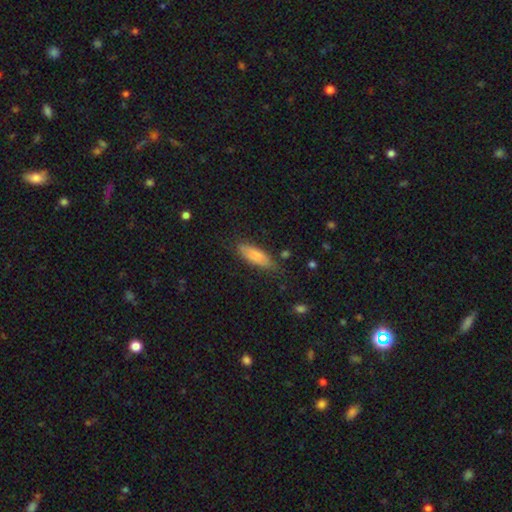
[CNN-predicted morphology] The model was most divided on "how rounded": in between: 61%, cigar-shaped: 37%, round: 2%. More confident: smooth or featured — smooth (80%); merging — none (75%).